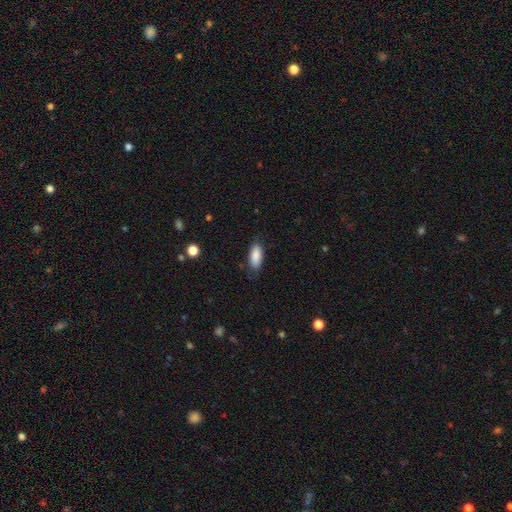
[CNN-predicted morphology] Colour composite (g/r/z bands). It shows a smooth galaxy with no disk features (87%) that is in between round and cigar-shaped (83%). Merging: none (79%).